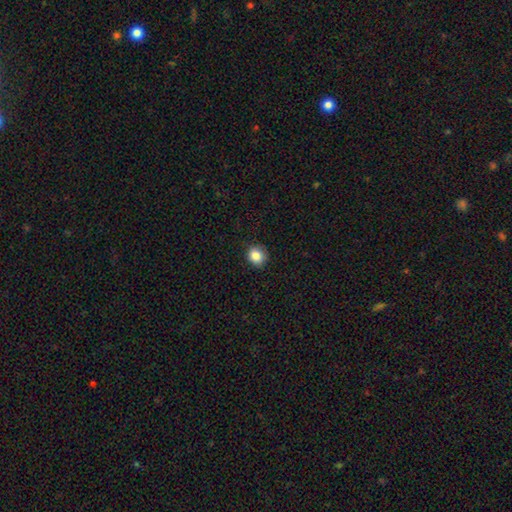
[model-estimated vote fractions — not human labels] The model was most divided on "how rounded": round: 81%, in between: 18%, cigar-shaped: 1%. More confident: smooth or featured — smooth (85%); merging — none (85%).